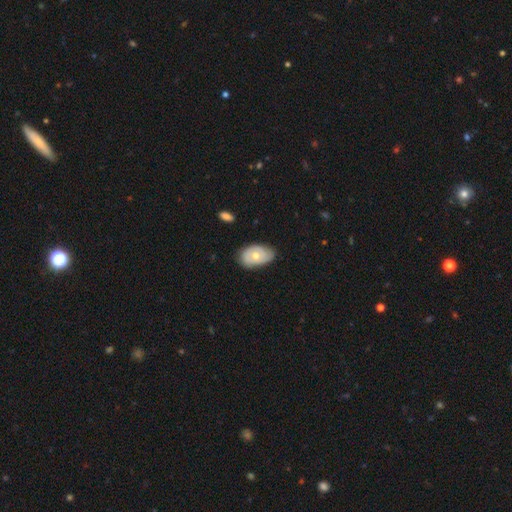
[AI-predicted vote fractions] Smooth or featured? featured or disk (48%)
Merging? none (70%)